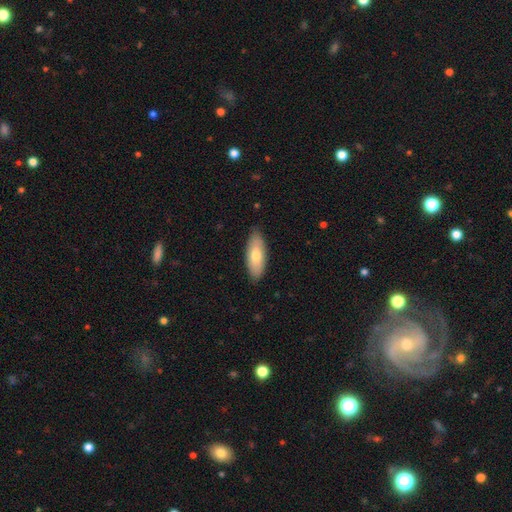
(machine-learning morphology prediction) smooth-or-featured: smooth: 72% | featured or disk: 23% | star or artifact: 5%
  how-rounded: in between: 75% | cigar-shaped: 23% | round: 2%
  merging: none: 85% | minor disturbance: 12% | major disturbance: 2% | merger: 1%